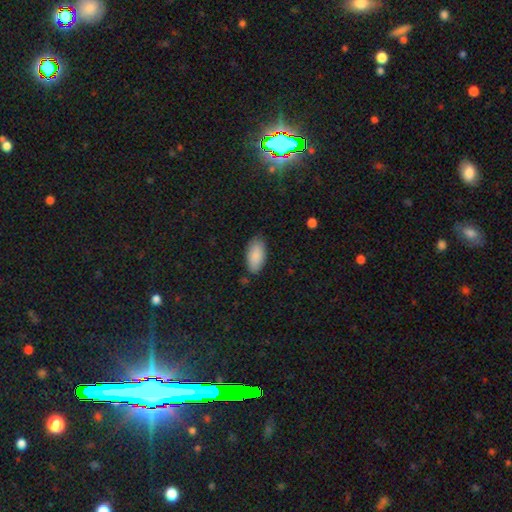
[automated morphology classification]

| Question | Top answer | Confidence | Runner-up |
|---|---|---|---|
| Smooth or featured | smooth | 88% | star or artifact (6%) |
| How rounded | in between | 94% | cigar-shaped (4%) |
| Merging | none | 78% | minor disturbance (17%) |